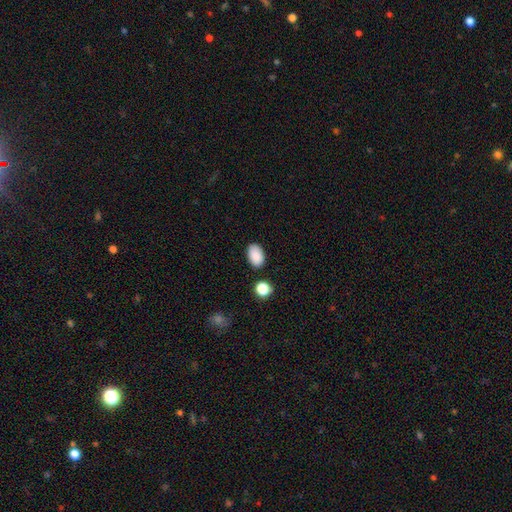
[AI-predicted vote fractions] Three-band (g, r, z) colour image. It shows a smooth galaxy with no disk features (88%) that is in between round and cigar-shaped (91%). Merging: none (84%).